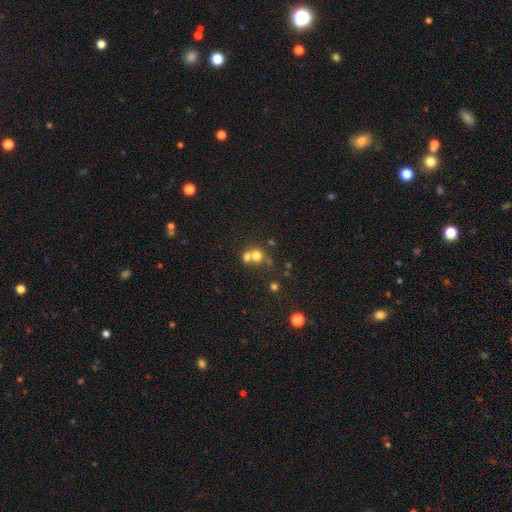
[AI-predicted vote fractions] The model was most divided on "merging": merger: 57%, none: 34%, minor disturbance: 6%, major disturbance: 4%. More confident: how rounded — round (80%); smooth or featured — smooth (70%).